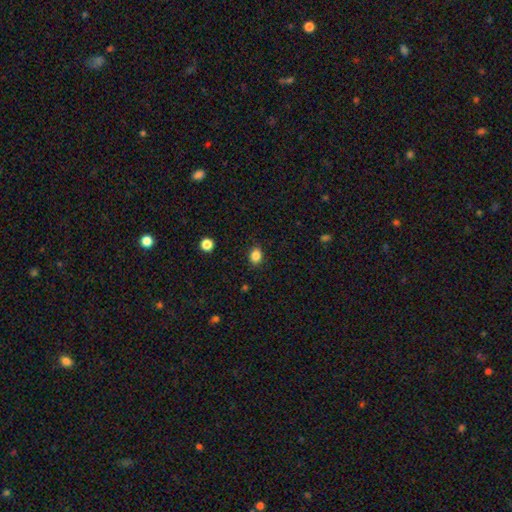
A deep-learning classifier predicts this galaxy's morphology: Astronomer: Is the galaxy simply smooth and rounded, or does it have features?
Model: smooth — 85%.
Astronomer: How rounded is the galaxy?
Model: in between — 55% (runner-up: round, 44%).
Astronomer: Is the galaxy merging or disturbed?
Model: none — 87%.